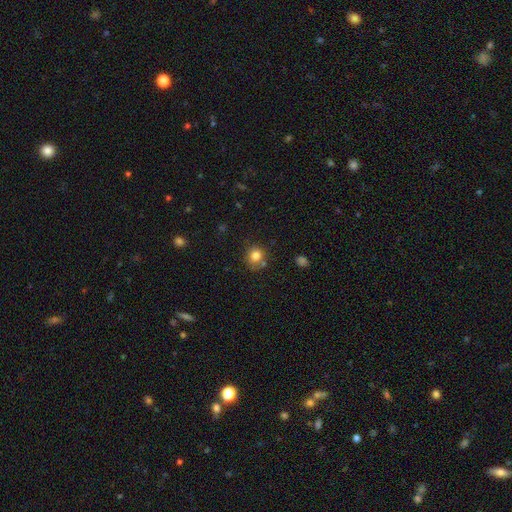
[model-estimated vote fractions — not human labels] smooth_or_featured: smooth (p=0.82) [alt: star or artifact p=0.12]
how_rounded: round (p=0.84) [alt: in between p=0.15]
merging: none (p=0.73) [alt: minor disturbance p=0.13]